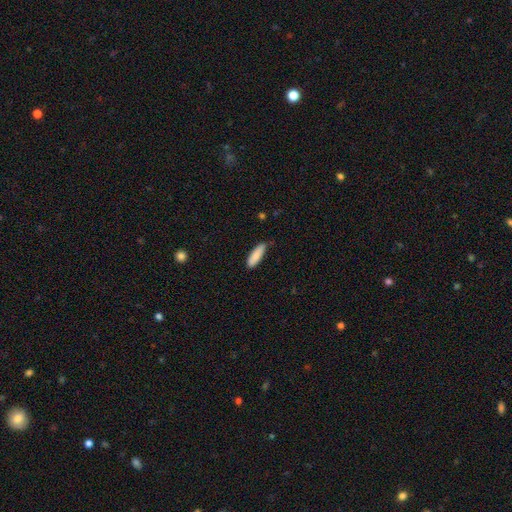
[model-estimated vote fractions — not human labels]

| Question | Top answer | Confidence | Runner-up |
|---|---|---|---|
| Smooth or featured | smooth | 86% | featured or disk (8%) |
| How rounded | cigar-shaped | 57% | in between (41%) |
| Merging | none | 79% | minor disturbance (18%) |